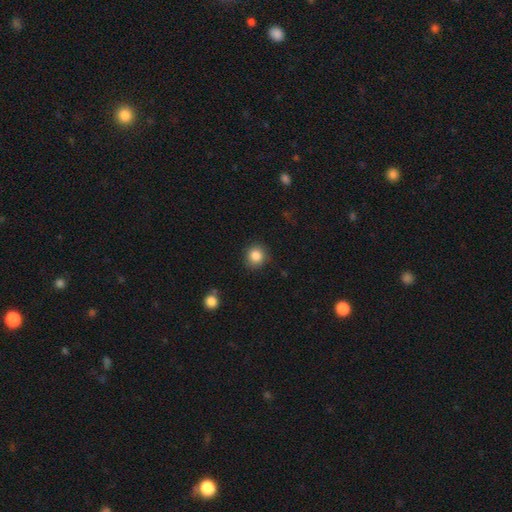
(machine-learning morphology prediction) smooth 85%, star or artifact 10%, featured or disk 5%. Down the decision tree: how rounded — round (88%); merging — none (87%).